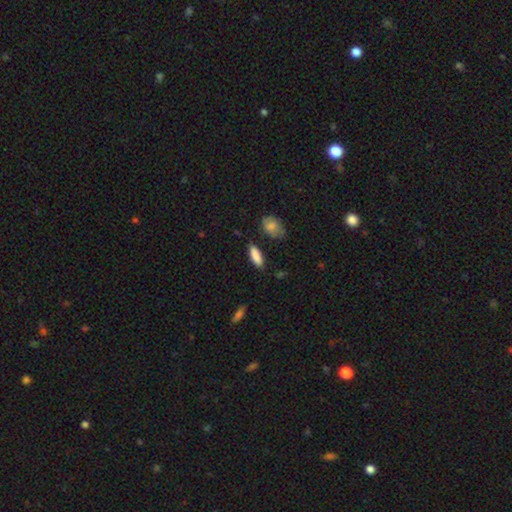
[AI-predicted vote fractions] Morphology: type=smooth (87%); roundness=in between (57%); merging=none (81%).